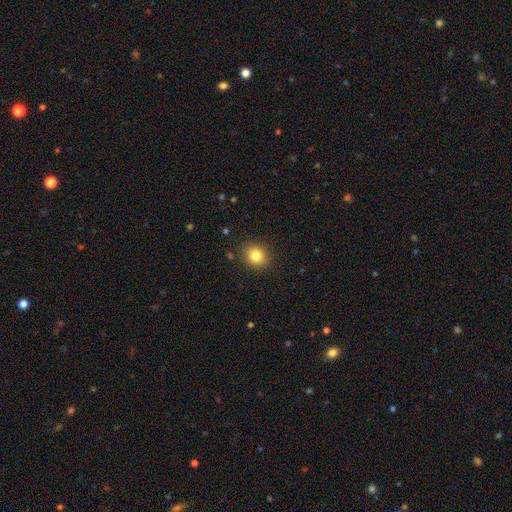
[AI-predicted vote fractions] This appears to be a smooth galaxy with no disk features (83%) that is round (74%). Merging: none (89%).